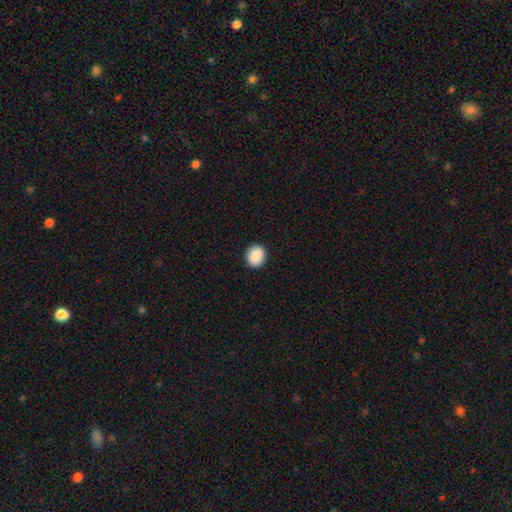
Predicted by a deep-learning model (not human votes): smooth-or-featured: smooth: 90% | star or artifact: 7% | featured or disk: 3%
  how-rounded: round: 62% | in between: 37% | cigar-shaped: 1%
  merging: none: 91% | minor disturbance: 7% | major disturbance: 2% | merger: 1%